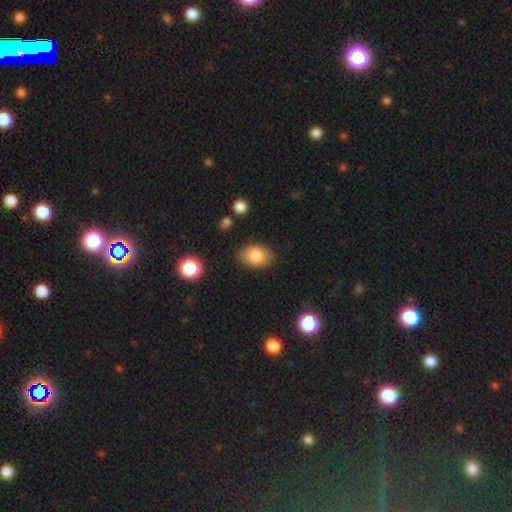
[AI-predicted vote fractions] smooth_or_featured: smooth (p=0.84) [alt: star or artifact p=0.08]
how_rounded: in between (p=0.77) [alt: round p=0.22]
merging: none (p=0.83) [alt: minor disturbance p=0.12]